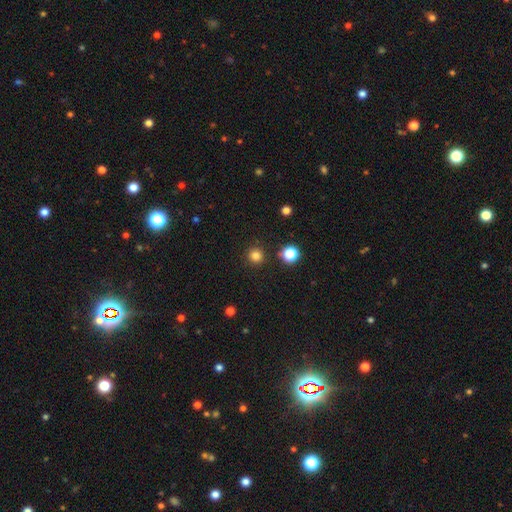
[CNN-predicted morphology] smooth-or-featured: smooth: 81% | star or artifact: 15% | featured or disk: 4%
  how-rounded: round: 95% | in between: 4% | cigar-shaped: 1%
  merging: none: 91% | minor disturbance: 5% | merger: 2% | major disturbance: 2%